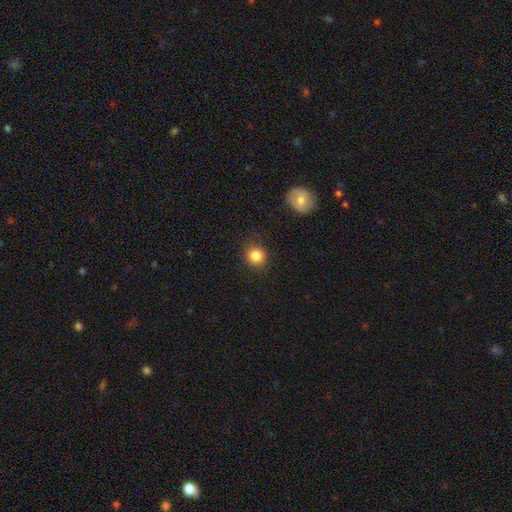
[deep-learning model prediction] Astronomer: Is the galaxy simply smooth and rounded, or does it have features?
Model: smooth — 85%.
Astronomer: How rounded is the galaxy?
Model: round — 90%.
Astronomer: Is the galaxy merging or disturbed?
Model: none — 88%.